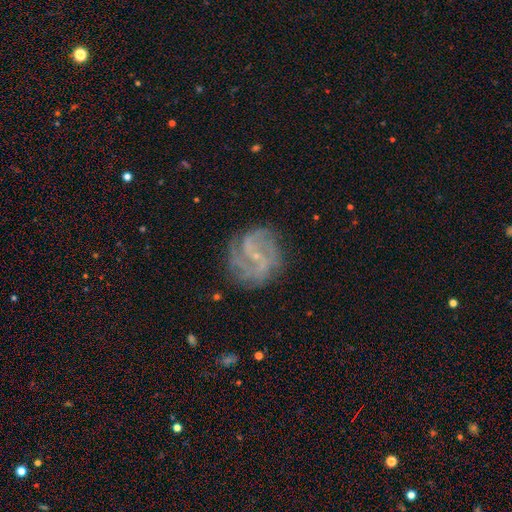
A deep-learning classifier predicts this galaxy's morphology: This appears to be a featured or disk galaxy (80%) with a weak bar (45%), medium (45%) spiral arms (93%) and a small central bulge (76%). Merging: none (74%).